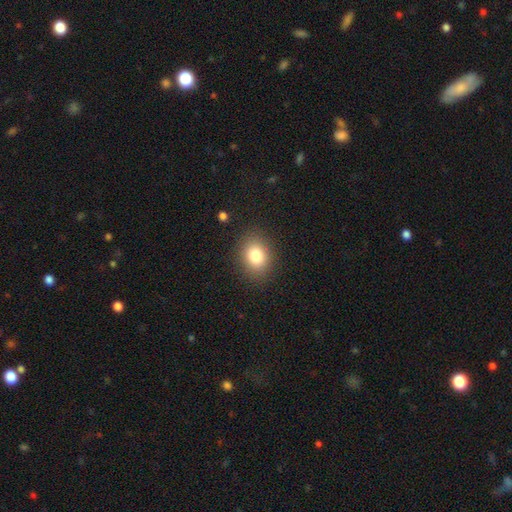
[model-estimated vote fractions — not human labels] This appears to be a smooth galaxy with no disk features (82%) that is in between round and cigar-shaped (54%). Merging: none (87%).